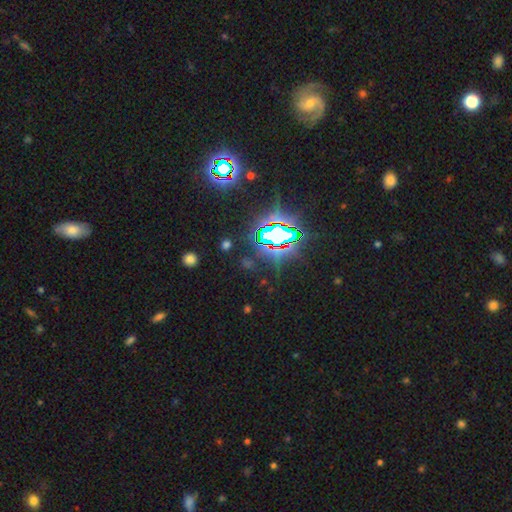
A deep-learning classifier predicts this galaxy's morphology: Smooth or featured: star or artifact — 80% (smooth — 10%)